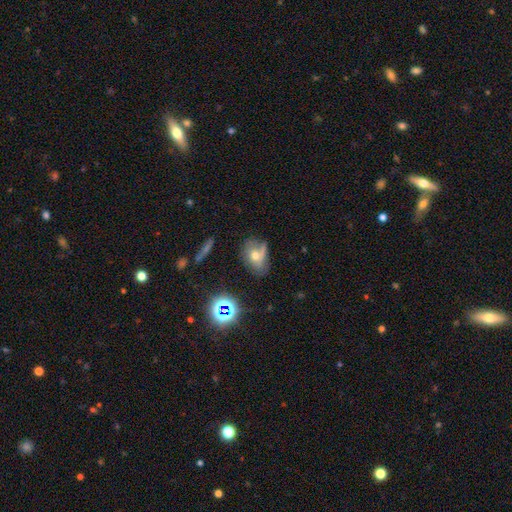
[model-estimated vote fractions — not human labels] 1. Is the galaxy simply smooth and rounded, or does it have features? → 51% smooth, 33% featured or disk, 16% star or artifact.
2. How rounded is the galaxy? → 74% in between, 24% round, 2% cigar-shaped.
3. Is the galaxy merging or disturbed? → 43% none, 31% minor disturbance, 19% major disturbance, 7% merger.